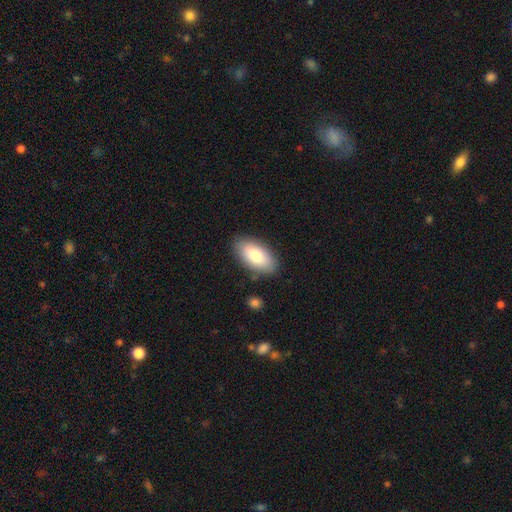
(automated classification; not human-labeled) Smooth or featured? Predicted: smooth (p=0.80). How rounded? Predicted: in between (p=0.94). Merging? Predicted: none (p=0.84).